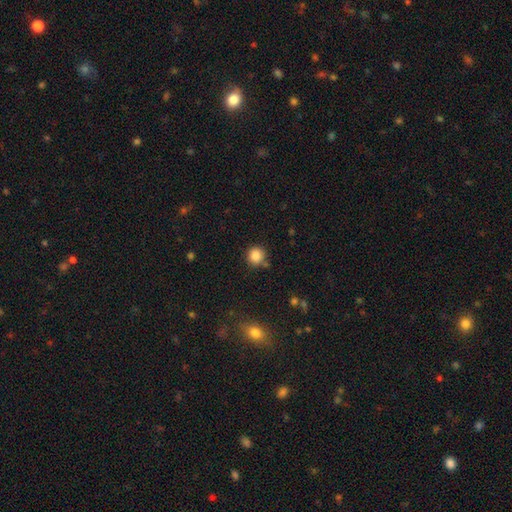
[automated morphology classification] smooth 86%, star or artifact 11%, featured or disk 4%. Down the decision tree: how rounded — round (92%); merging — none (81%).